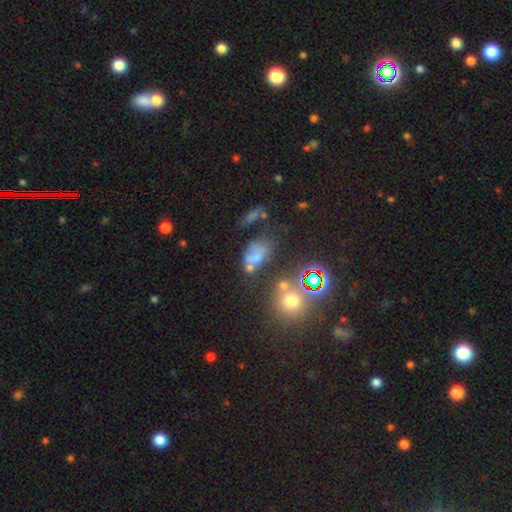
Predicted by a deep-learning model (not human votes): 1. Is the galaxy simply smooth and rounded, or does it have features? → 54% smooth, 23% star or artifact, 23% featured or disk.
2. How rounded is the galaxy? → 79% in between, 19% round, 3% cigar-shaped.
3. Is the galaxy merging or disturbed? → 32% merger, 31% none, 19% minor disturbance, 18% major disturbance.